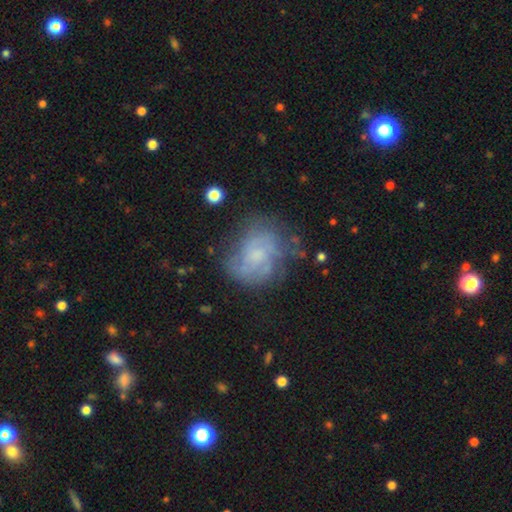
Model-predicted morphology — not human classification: smooth_or_featured: featured or disk (p=0.63) [alt: smooth p=0.27]
disk_edge_on: no (p=0.98) [alt: yes p=0.02]
bar: no (p=0.71) [alt: weak p=0.26]
has_spiral_arms: yes (p=0.75) [alt: no p=0.25]
bulge_size: small (p=0.40) [alt: none p=0.29]
merging: none (p=0.58) [alt: minor disturbance p=0.23]